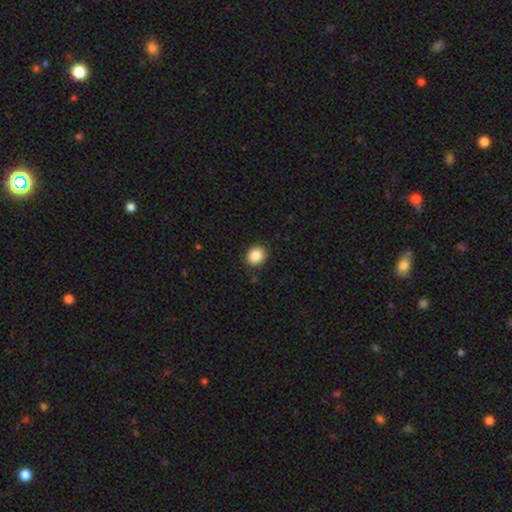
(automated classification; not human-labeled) smooth-or-featured: smooth: 88% | star or artifact: 8% | featured or disk: 3%
  how-rounded: round: 64% | in between: 35% | cigar-shaped: 1%
  merging: none: 89% | minor disturbance: 8% | major disturbance: 2% | merger: 1%